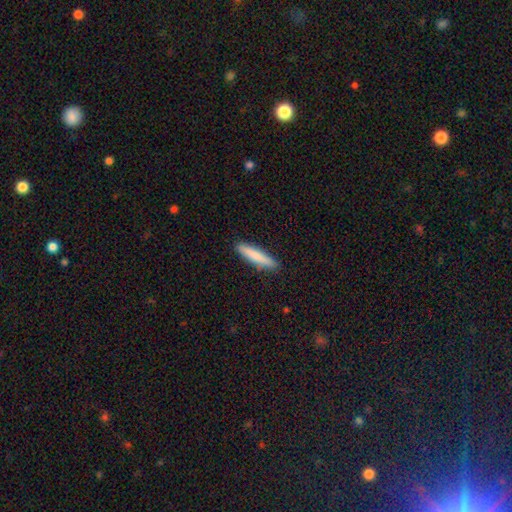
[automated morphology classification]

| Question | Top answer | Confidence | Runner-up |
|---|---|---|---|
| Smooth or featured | smooth | 79% | featured or disk (16%) |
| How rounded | cigar-shaped | 89% | in between (10%) |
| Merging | none | 89% | minor disturbance (8%) |